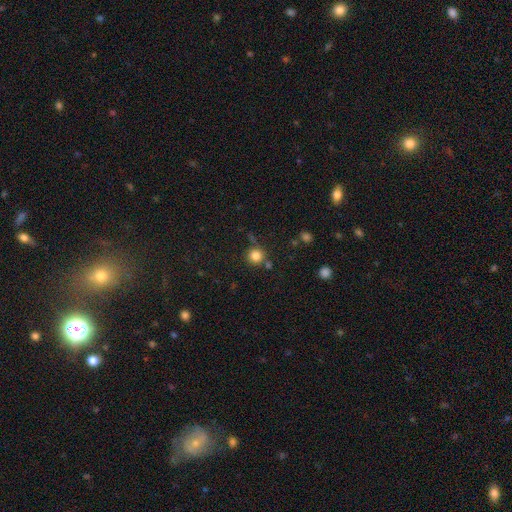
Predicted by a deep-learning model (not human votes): smooth 83%, star or artifact 12%, featured or disk 5%. Down the decision tree: how rounded — round (94%); merging — none (77%).